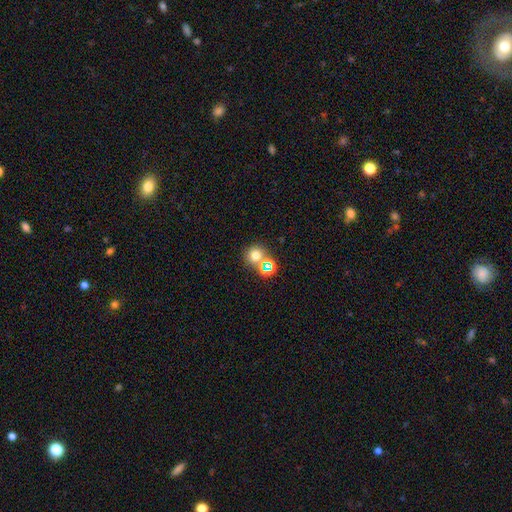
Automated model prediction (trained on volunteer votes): Smooth or featured: smooth — 68% (star or artifact — 23%)
How rounded: round — 87% (in between — 12%)
Merging: none — 64% (merger — 25%)